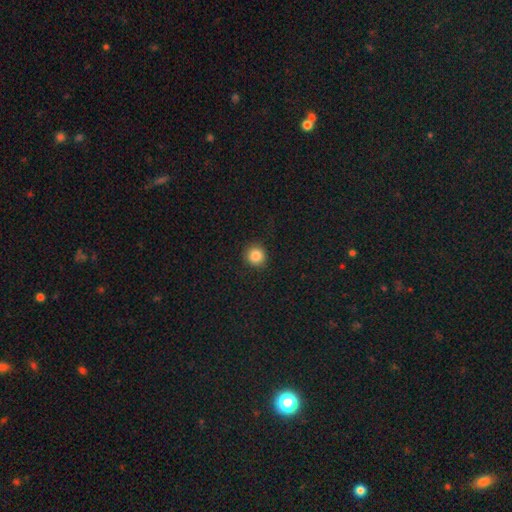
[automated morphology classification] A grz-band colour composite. It shows a smooth galaxy with no disk features (85%) that is round (93%). Merging: none (90%).